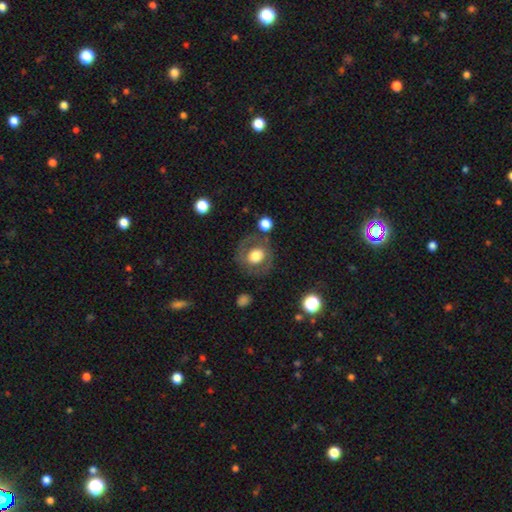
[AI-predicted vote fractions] This is possibly a smooth galaxy (54%). How rounded: likely round (79%). Merging: likely none (73%).